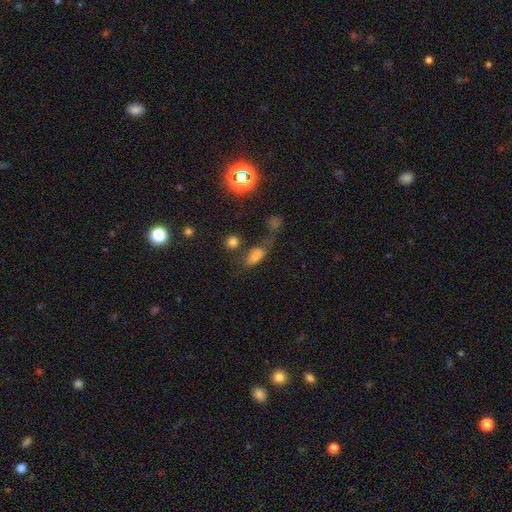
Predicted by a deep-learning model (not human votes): This appears to be a smooth galaxy with no disk features (67%) that is in between round and cigar-shaped (79%). Merging: none (46%).